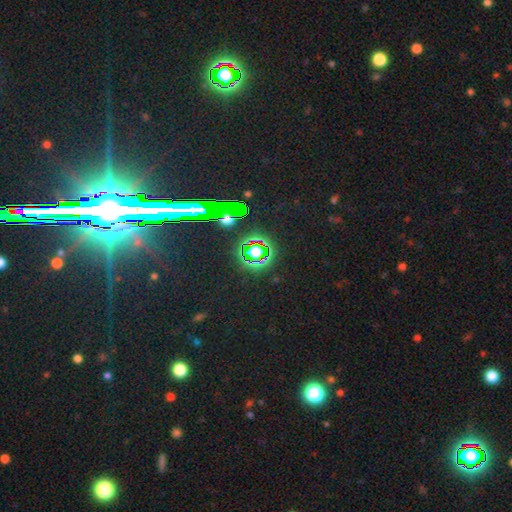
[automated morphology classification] This appears to be a star or artifact, not a galaxy (79%).